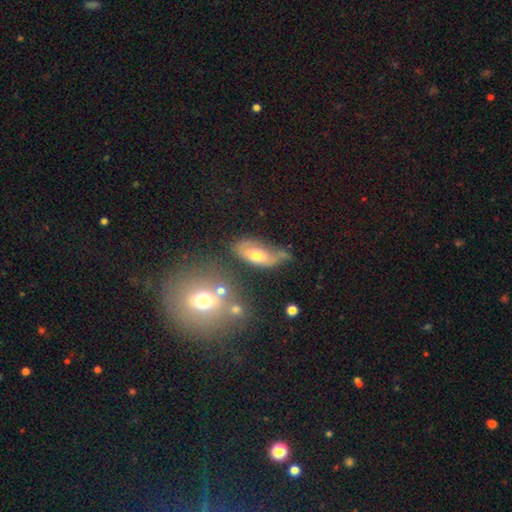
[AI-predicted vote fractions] Smooth or featured? Predicted: smooth (p=0.50). Merging? Predicted: none (p=0.36).